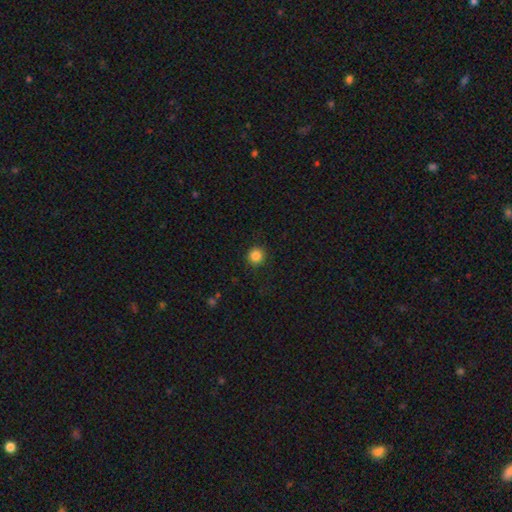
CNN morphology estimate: Smooth or featured: smooth — 85% (star or artifact — 11%)
How rounded: round — 94% (in between — 5%)
Merging: none — 91% (minor disturbance — 6%)